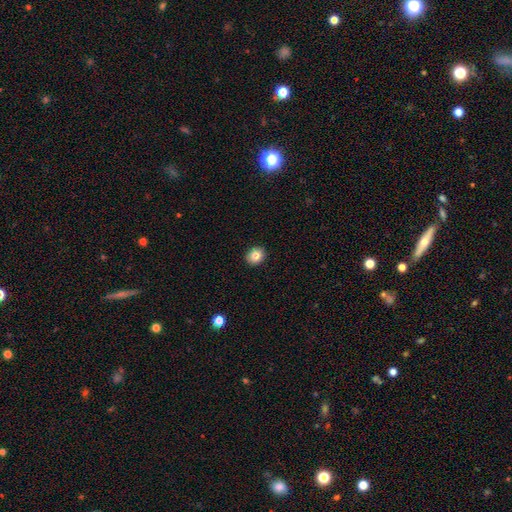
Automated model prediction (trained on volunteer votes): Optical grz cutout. It shows a smooth galaxy with no disk features (84%) that is round (70%). Merging: none (92%).